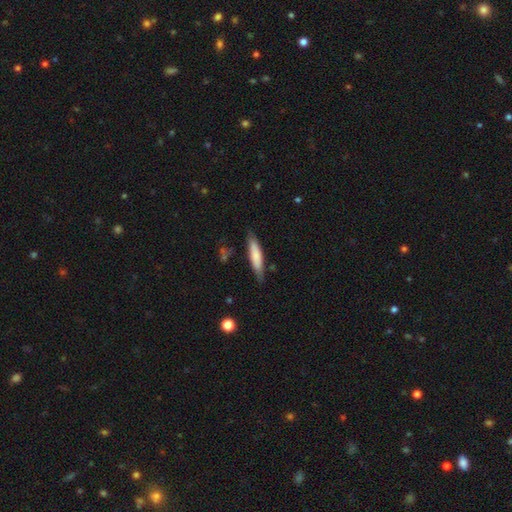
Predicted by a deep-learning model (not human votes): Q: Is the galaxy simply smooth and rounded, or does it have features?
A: smooth — 73%.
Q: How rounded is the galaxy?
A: cigar-shaped — 80%.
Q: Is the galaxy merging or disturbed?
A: none — 77%.